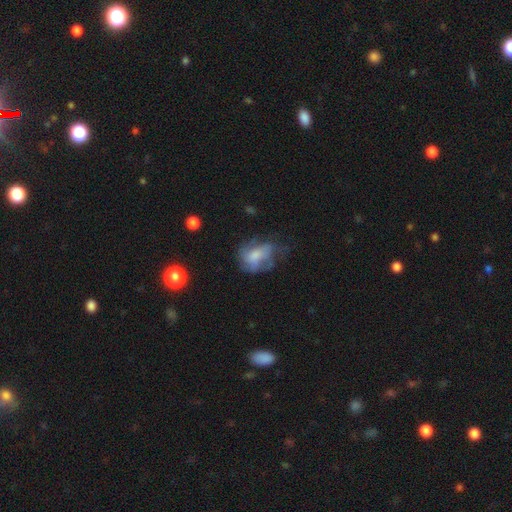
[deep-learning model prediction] Overall: smooth (52%; featured or disk 38%). How rounded: in between (67%; round 32%). Merging: major disturbance (36%; none 33%).